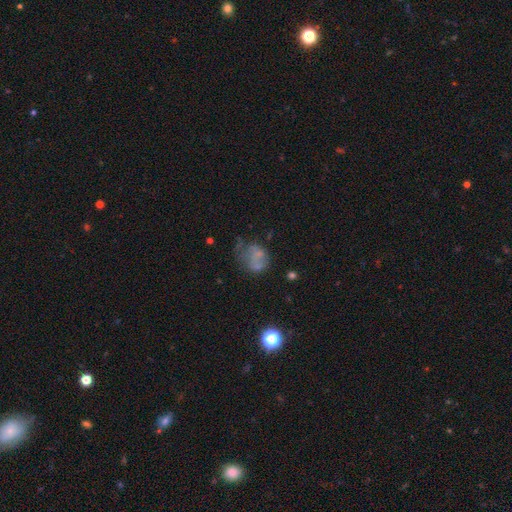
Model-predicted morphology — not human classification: Smooth or featured? Predicted: smooth (p=0.55). How rounded? Predicted: in between (p=0.52). Merging? Predicted: none (p=0.33).